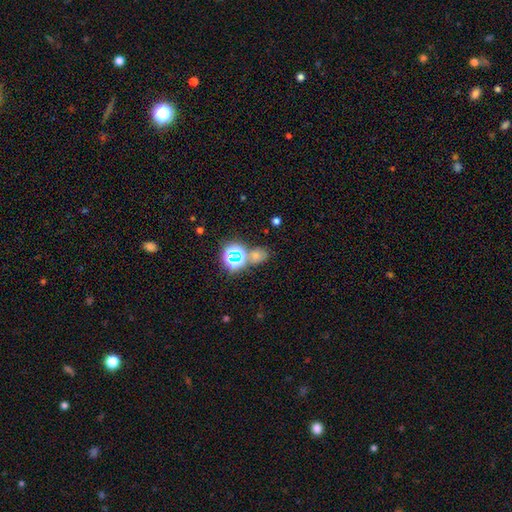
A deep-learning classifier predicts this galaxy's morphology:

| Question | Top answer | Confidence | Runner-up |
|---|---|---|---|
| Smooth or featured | smooth | 54% | star or artifact (38%) |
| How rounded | round | 51% | in between (47%) |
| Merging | none | 64% | merger (19%) |